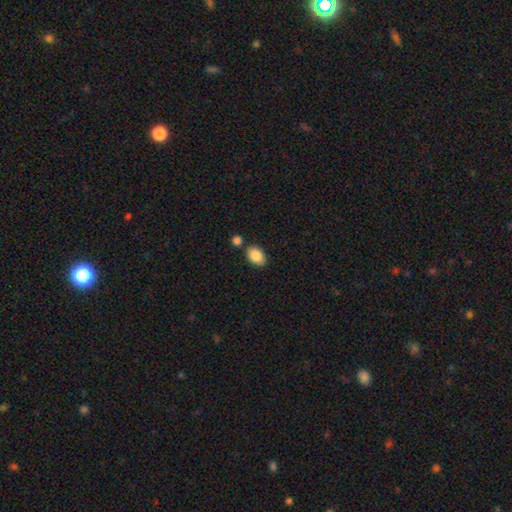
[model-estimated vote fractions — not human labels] Smooth or featured? smooth (87%)
How rounded? in between (88%)
Merging? none (75%)